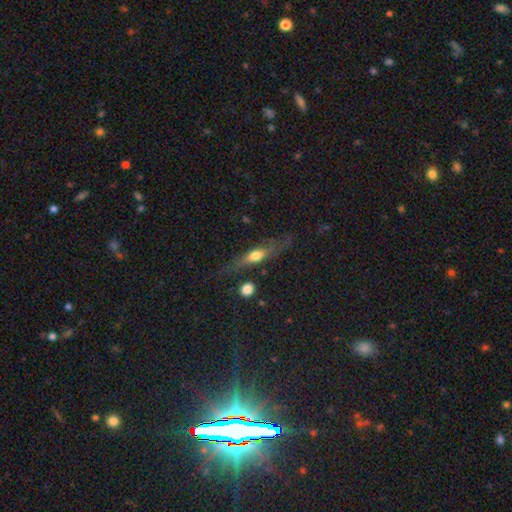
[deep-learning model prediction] The model was most divided on "smooth or featured": featured or disk: 52%, smooth: 39%, star or artifact: 8%. More confident: edge-on disk — yes (80%); merging — none (67%).